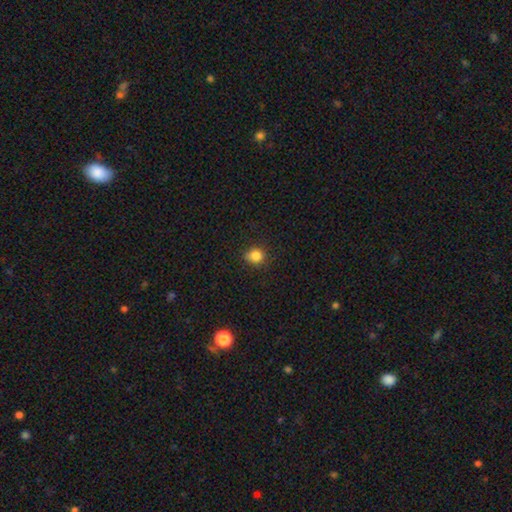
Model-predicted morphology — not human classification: smooth_or_featured: smooth (p=0.84) [alt: star or artifact p=0.12]
how_rounded: round (p=0.81) [alt: in between p=0.18]
merging: none (p=0.82) [alt: minor disturbance p=0.13]